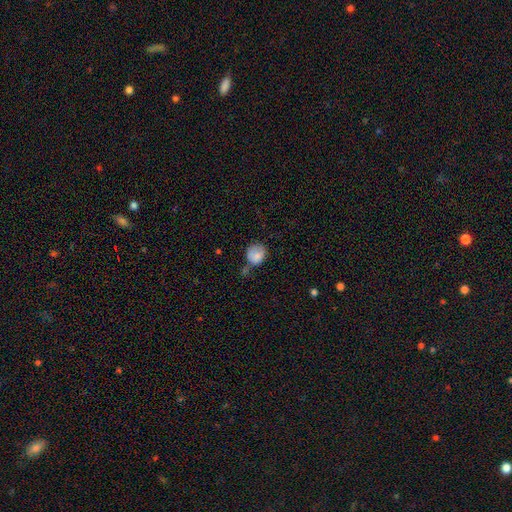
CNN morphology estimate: smooth 82%, featured or disk 10%, star or artifact 8%. Down the decision tree: how rounded — round (79%); merging — none (48%).